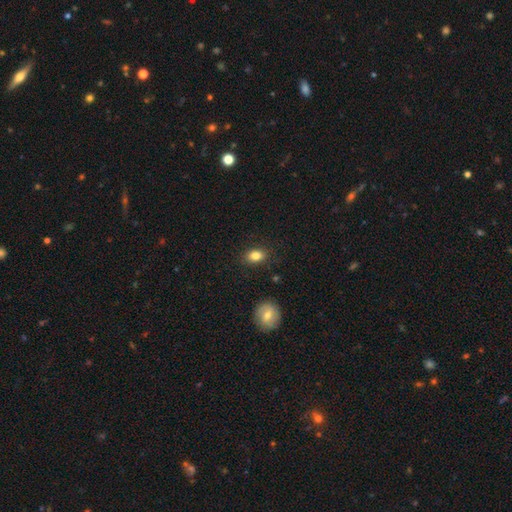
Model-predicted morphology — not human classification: type=smooth (83%); roundness=in between (75%); merging=none (85%).